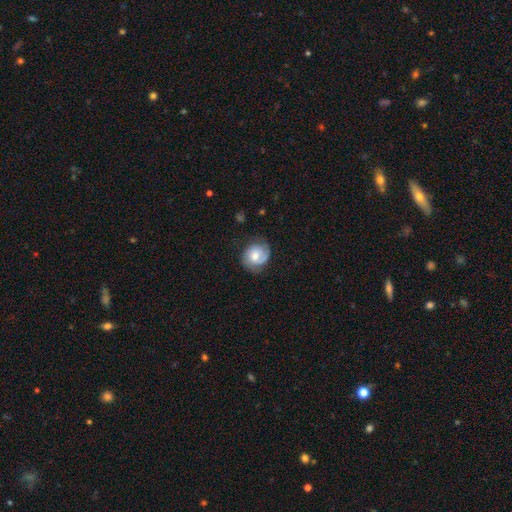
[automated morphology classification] A featured or disk galaxy (52%) with no bar (65%), spiral arms (85%) and a moderate central bulge (62%).

Vote fractions:
- Smooth or featured? featured or disk: 52% / smooth: 41% / star or artifact: 7%
- Edge-on disk? no: 97% / yes: 3%
- Bar? no: 65% / weak: 29% / strong: 5%
- Spiral arms? yes: 85% / no: 15%
- Bulge size? moderate: 62% / small: 27% / large: 7% / none: 2% / dominant: 1%
- Merging? none: 68% / minor disturbance: 22% / major disturbance: 8% / merger: 1%